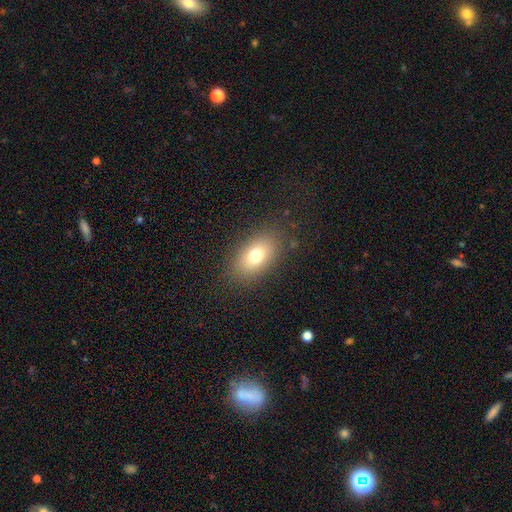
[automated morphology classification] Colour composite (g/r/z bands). It shows a smooth galaxy with no disk features (75%) that is in between round and cigar-shaped (86%). Merging: none (85%).